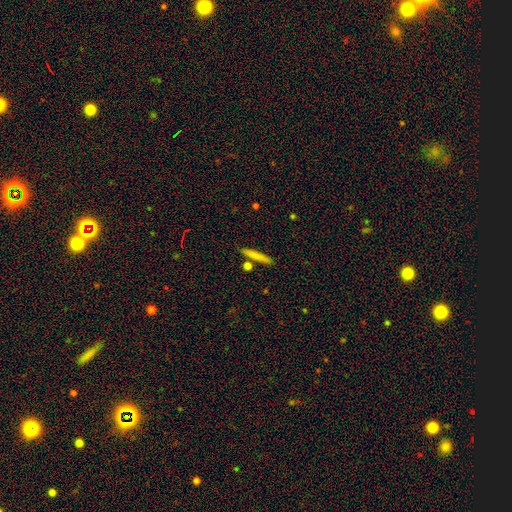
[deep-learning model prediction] The model was most divided on "smooth or featured": smooth: 76%, featured or disk: 17%, star or artifact: 7%. More confident: how rounded — cigar-shaped (93%); merging — none (84%).